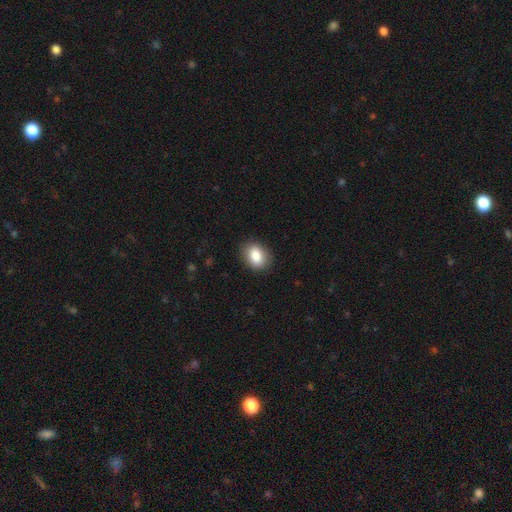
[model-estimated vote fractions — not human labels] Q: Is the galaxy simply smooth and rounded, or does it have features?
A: smooth — 86%.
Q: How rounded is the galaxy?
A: in between — 71%.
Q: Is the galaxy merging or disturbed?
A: none — 86%.